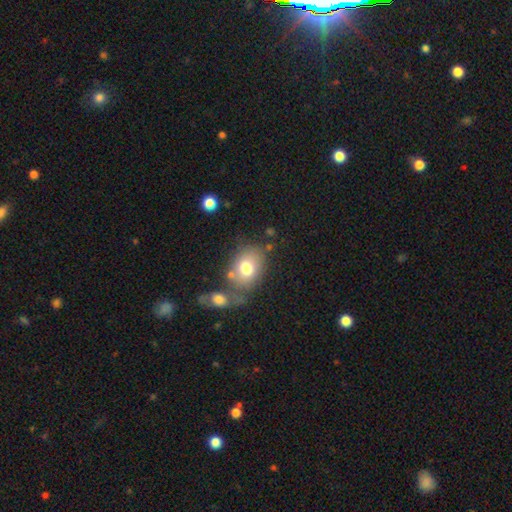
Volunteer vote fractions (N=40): Q: Smooth or featured?
A: smooth (68%); runner-up: featured or disk (20%)
Q: How rounded?
A: in between (67%); runner-up: round (33%)
Q: Merging?
A: none (60%); runner-up: merger (23%)